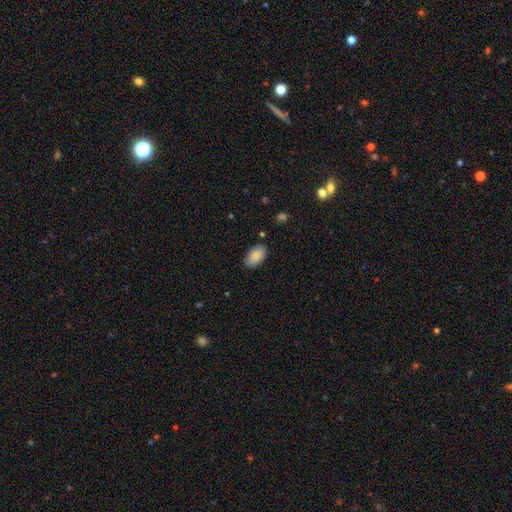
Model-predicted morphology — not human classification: Smooth or featured?
  - smooth: 89% *
  - star or artifact: 6%
  - featured or disk: 5%
How rounded?
  - in between: 94% *
  - round: 4%
  - cigar-shaped: 1%
Merging?
  - none: 85% *
  - minor disturbance: 11%
  - major disturbance: 2%
  - merger: 1%